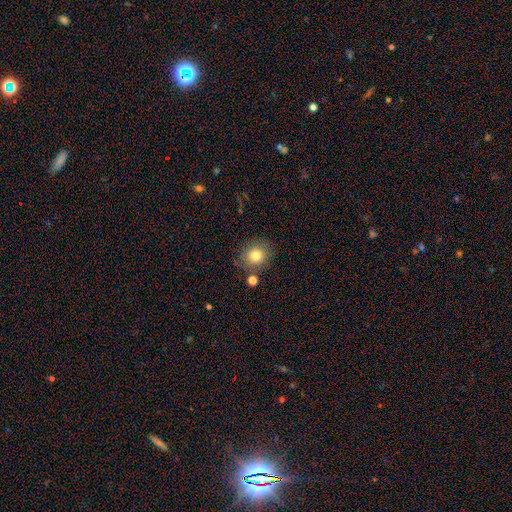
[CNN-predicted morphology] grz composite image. It shows a smooth galaxy with no disk features (79%) that is round (82%). Merging: none (79%).